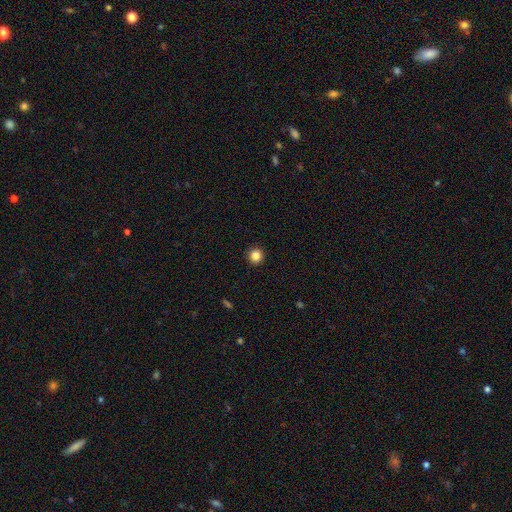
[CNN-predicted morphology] Overall: smooth (85%). How rounded: round (94%). Merging: none (93%).